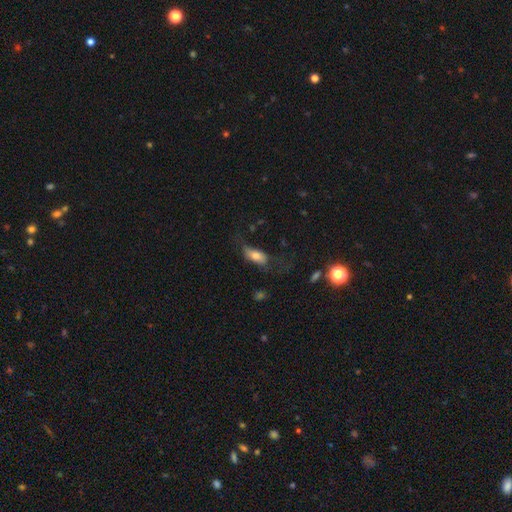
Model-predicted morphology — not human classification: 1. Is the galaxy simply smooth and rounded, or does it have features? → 71% smooth, 21% featured or disk, 8% star or artifact.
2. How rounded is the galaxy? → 83% in between, 12% cigar-shaped, 4% round.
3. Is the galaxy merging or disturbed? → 39% none, 32% major disturbance, 26% minor disturbance, 3% merger.